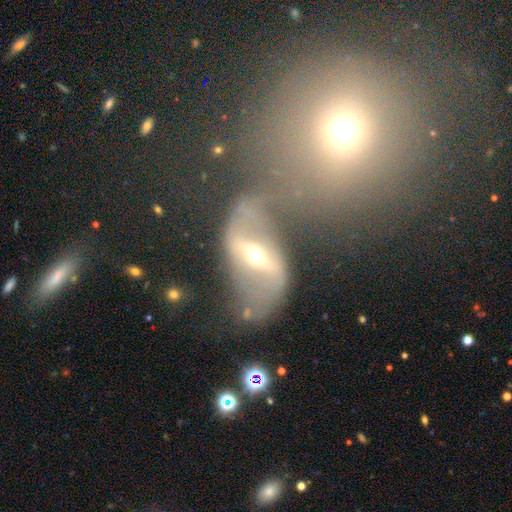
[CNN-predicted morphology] A featured or disk galaxy (78%) with a strong bar (59%), 2 (86%) loose (65%) spiral arms (74%) and a moderate central bulge (57%). Merging: none (39%).